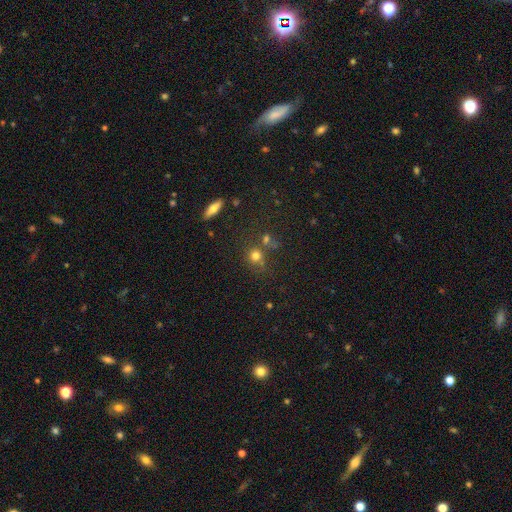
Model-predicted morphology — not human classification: This appears to be a smooth galaxy with no disk features (72%) that is round (86%). Merging: none (62%).